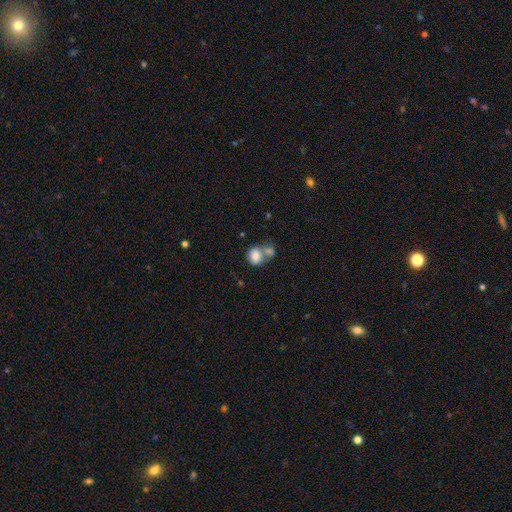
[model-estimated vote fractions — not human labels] Smooth or featured: smooth — 82% (featured or disk — 10%)
How rounded: in between — 59% (round — 40%)
Merging: merger — 56% (none — 28%)